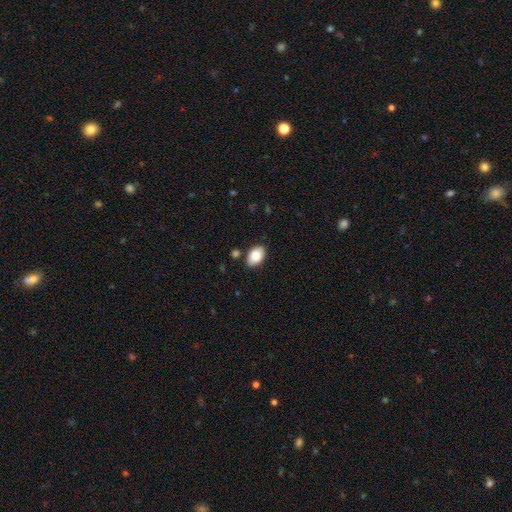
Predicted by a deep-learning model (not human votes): This appears to be a smooth galaxy with no disk features (86%) that is in between round and cigar-shaped (90%). Merging: none (82%).